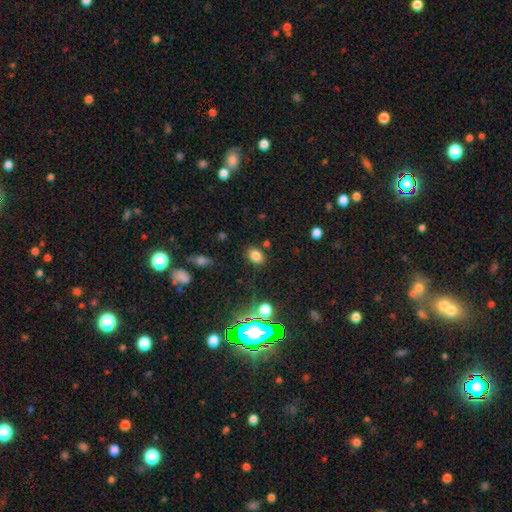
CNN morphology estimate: Smooth or featured? smooth (77%)
How rounded? in between (71%)
Merging? none (82%)